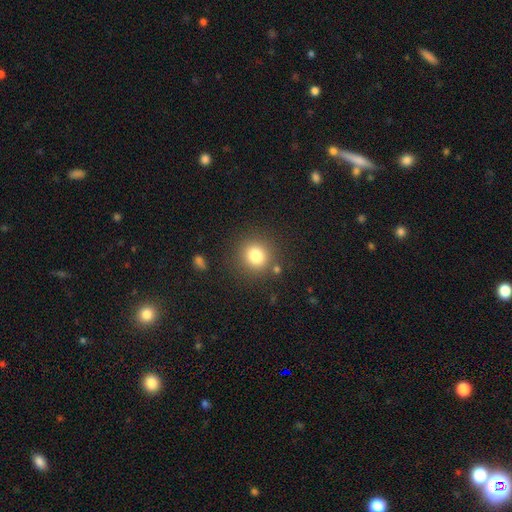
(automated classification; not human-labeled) Smooth or featured? smooth (80%)
How rounded? round (87%)
Merging? none (84%)